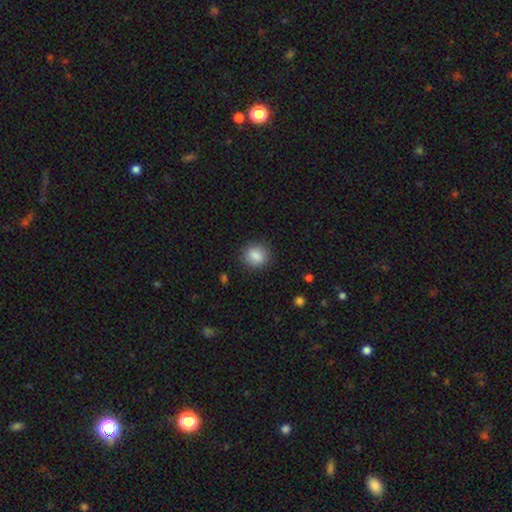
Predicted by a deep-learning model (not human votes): This is clearly a smooth galaxy (86%). How rounded: likely round (67%). Merging: clearly none (85%).